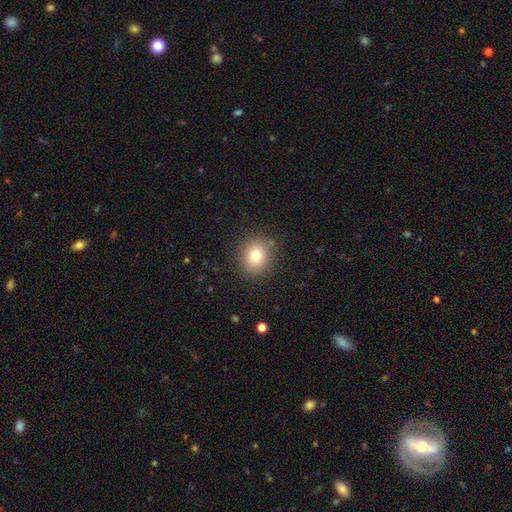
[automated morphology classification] smooth-or-featured: smooth: 79% | star or artifact: 11% | featured or disk: 9%
  how-rounded: round: 72% | in between: 27% | cigar-shaped: 1%
  merging: none: 86% | minor disturbance: 9% | major disturbance: 3% | merger: 2%